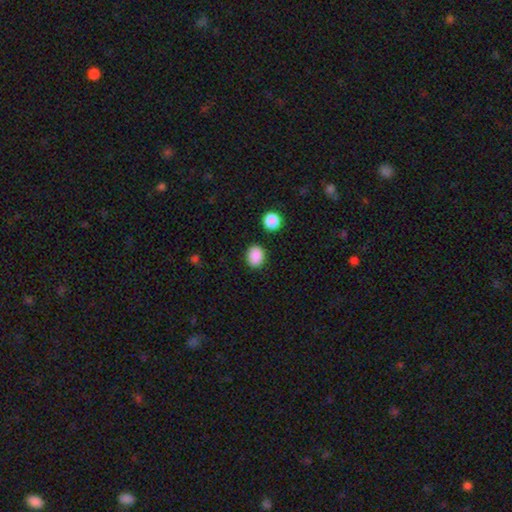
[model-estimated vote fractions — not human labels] Overall: smooth (88%). How rounded: in between (51%; round 48%). Merging: none (86%).